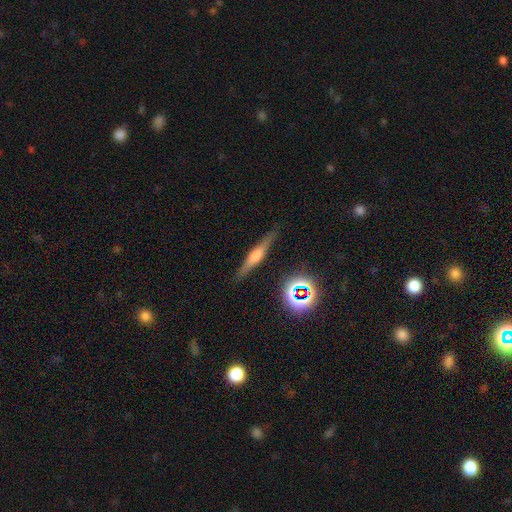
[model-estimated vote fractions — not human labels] Smooth or featured?
  - featured or disk: 61% *
  - smooth: 28%
  - star or artifact: 11%
Edge-on disk?
  - yes: 96% *
  - no: 4%
Edge-on bulge?
  - rounded: 69% *
  - boxy: 23%
  - none: 8%
Merging?
  - none: 87% *
  - minor disturbance: 9%
  - major disturbance: 2%
  - merger: 2%